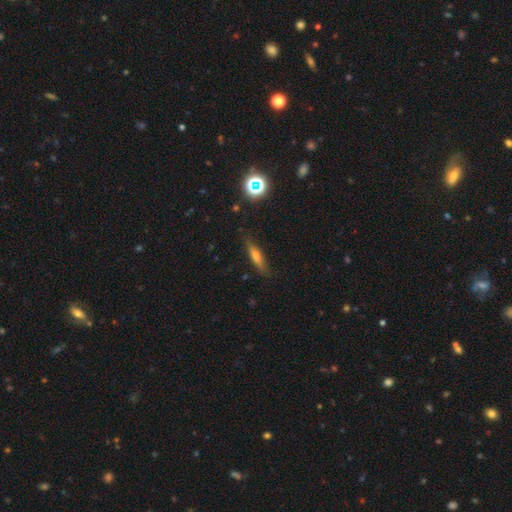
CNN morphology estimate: A smooth galaxy with no disk features (50%) that is cigar-shaped (75%). Merging: none (81%).